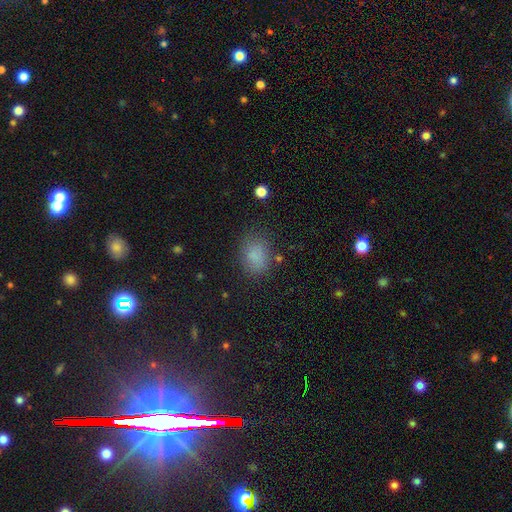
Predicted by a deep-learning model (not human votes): Smooth or featured: smooth — 80% (star or artifact — 13%)
How rounded: in between — 62% (round — 36%)
Merging: none — 75% (minor disturbance — 16%)